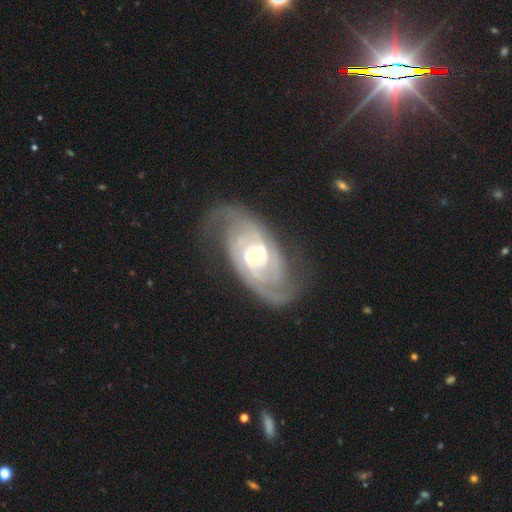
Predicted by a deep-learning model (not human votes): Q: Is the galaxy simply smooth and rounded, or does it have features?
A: featured or disk — 91%.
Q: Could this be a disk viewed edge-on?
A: no — 96%.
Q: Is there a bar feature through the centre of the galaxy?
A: no — 64%.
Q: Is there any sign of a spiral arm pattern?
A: yes — 97%.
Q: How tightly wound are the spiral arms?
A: tight — 60%.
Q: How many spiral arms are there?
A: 2 — 60%.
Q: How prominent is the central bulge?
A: moderate — 66%.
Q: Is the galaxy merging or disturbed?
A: none — 73%.